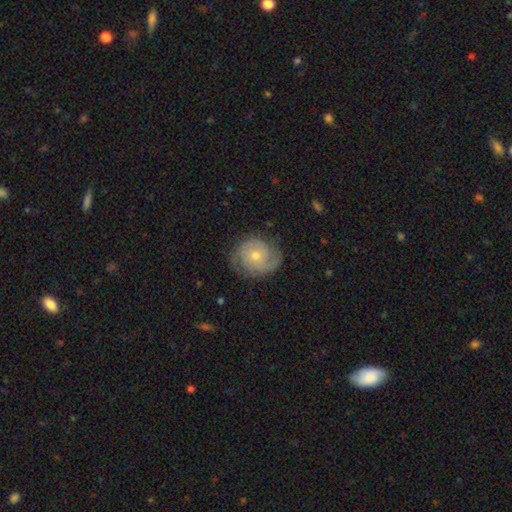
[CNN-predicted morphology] Smooth or featured: featured or disk — 77% (smooth — 17%)
Edge-on disk: no — 98% (yes — 2%)
Bar: no — 76% (weak — 20%)
Spiral arms: yes — 94% (no — 6%)
Spiral winding: tight — 55% (medium — 35%)
Spiral arm count: 2 — 64% (can't tell — 15%)
Bulge size: small — 54% (moderate — 42%)
Merging: none — 76% (minor disturbance — 17%)